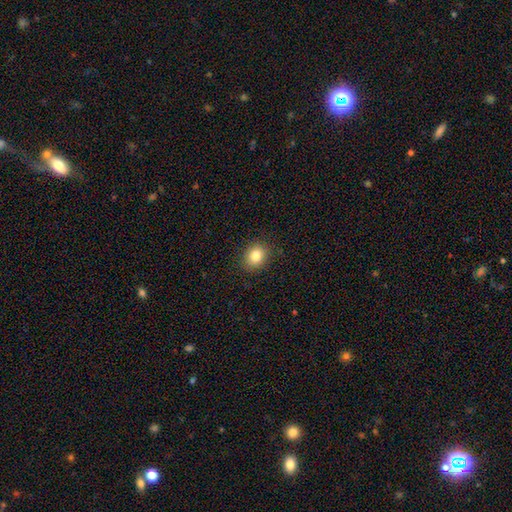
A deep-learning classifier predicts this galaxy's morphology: Smooth or featured? Predicted: smooth (p=0.82). How rounded? Predicted: round (p=0.60). Merging? Predicted: none (p=0.89).